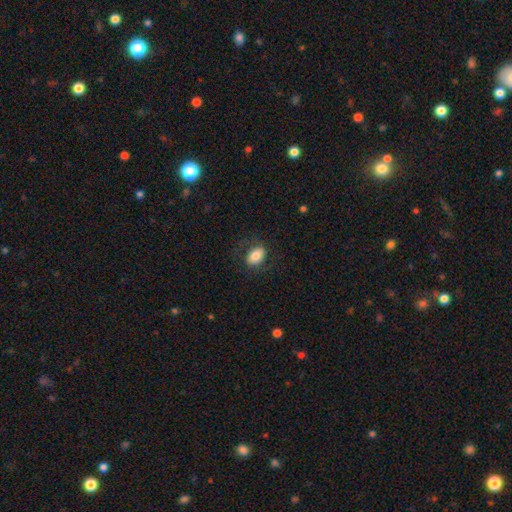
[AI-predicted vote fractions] The model was most divided on "merging": none: 78%, minor disturbance: 14%, major disturbance: 7%, merger: 1%. More confident: how rounded — in between (84%); smooth or featured — smooth (78%).